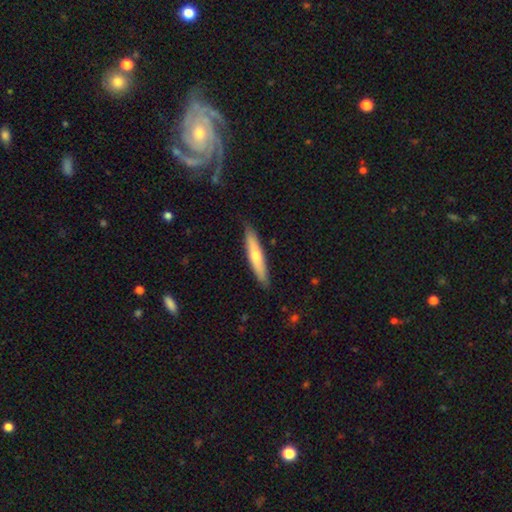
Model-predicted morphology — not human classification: This appears to be a smooth galaxy with no disk features (55%) that is cigar-shaped (88%). Merging: none (87%).